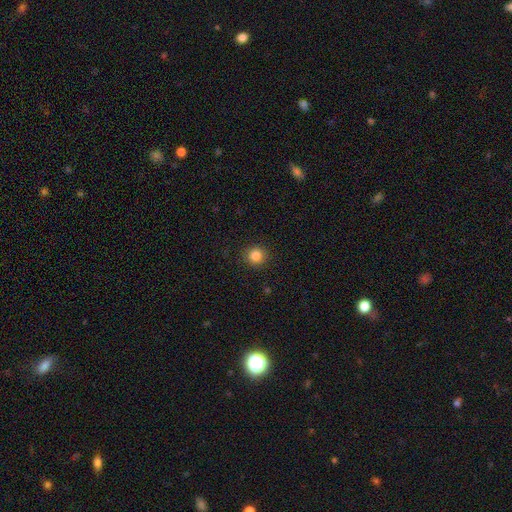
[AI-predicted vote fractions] Smooth or featured? Predicted: smooth (p=0.85). How rounded? Predicted: round (p=0.93). Merging? Predicted: none (p=0.91).